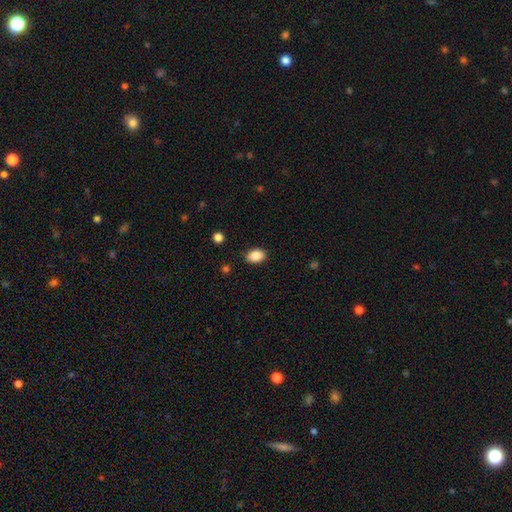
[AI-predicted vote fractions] Overall: smooth (88%). How rounded: in between (81%). Merging: none (85%).